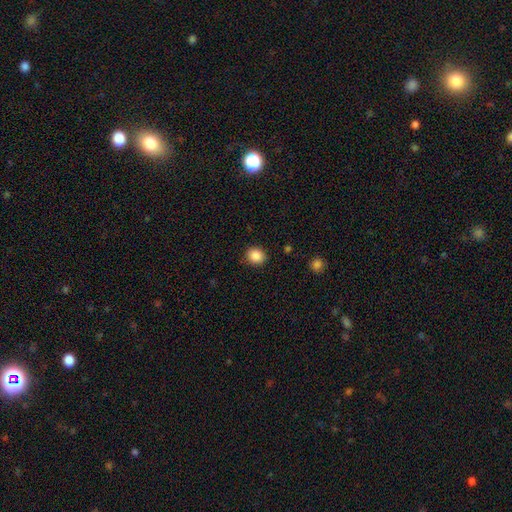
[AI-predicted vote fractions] Smooth or featured?
  - smooth: 88% *
  - star or artifact: 9%
  - featured or disk: 3%
How rounded?
  - round: 72% *
  - in between: 27%
  - cigar-shaped: 1%
Merging?
  - none: 88% *
  - minor disturbance: 8%
  - major disturbance: 2%
  - merger: 1%